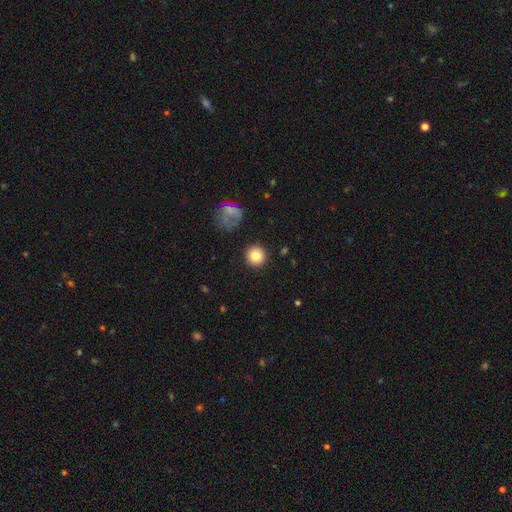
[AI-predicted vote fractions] Morphology: type=smooth (82%); roundness=round (94%); merging=none (90%).